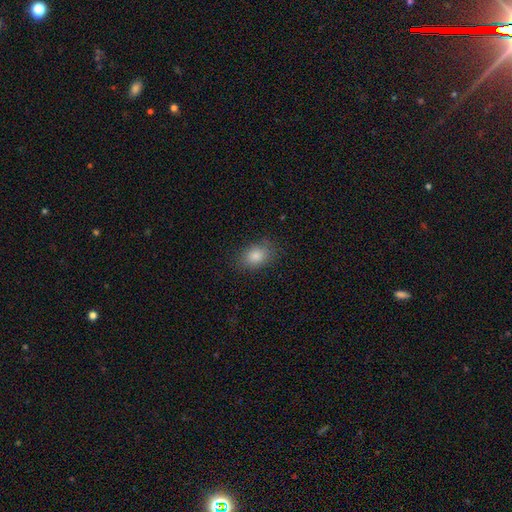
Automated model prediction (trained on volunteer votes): This appears to be a smooth galaxy with no disk features (83%) that is in between round and cigar-shaped (78%). Merging: none (83%).